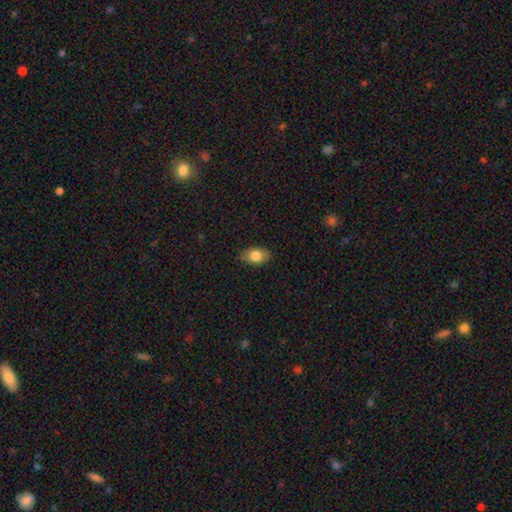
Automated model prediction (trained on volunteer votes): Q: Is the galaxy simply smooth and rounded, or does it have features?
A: smooth — 80%.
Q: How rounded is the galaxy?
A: in between — 88%.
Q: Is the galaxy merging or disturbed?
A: none — 84%.